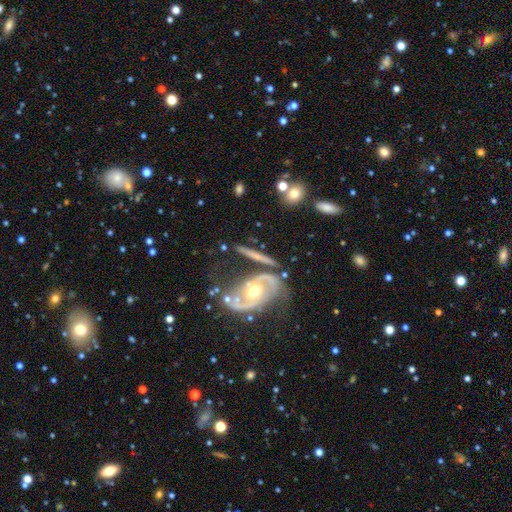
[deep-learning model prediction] Smooth or featured?
  - featured or disk: 68% *
  - smooth: 24%
  - star or artifact: 8%
Edge-on disk?
  - no: 55% *
  - yes: 45%
Merging?
  - none: 62% *
  - minor disturbance: 19%
  - merger: 12%
  - major disturbance: 7%